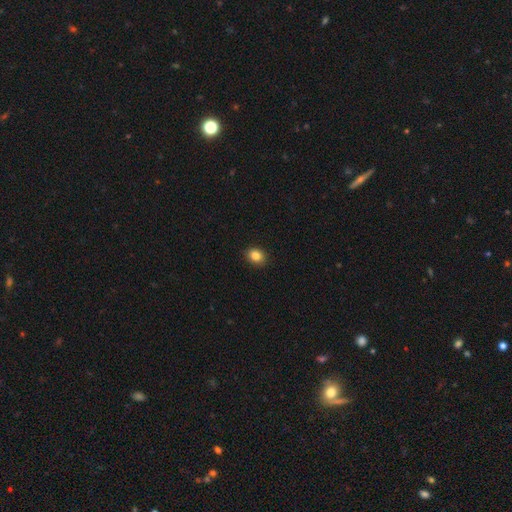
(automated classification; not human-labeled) Overall: smooth (85%). How rounded: in between (55%; round 44%). Merging: none (89%).